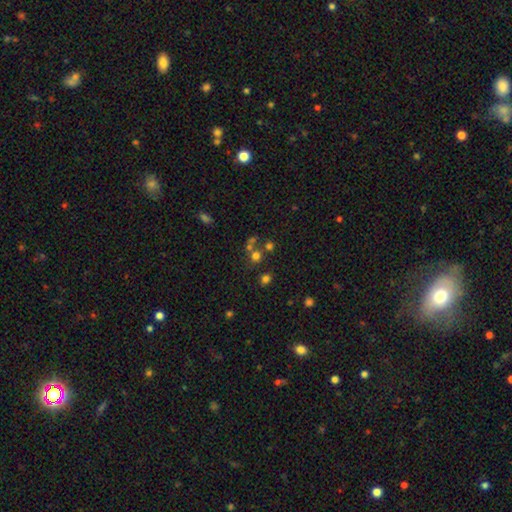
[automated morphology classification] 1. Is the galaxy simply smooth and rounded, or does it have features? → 63% smooth, 25% star or artifact, 12% featured or disk.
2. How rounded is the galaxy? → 82% round, 17% in between, 1% cigar-shaped.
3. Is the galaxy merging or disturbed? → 56% none, 31% merger, 8% minor disturbance, 5% major disturbance.